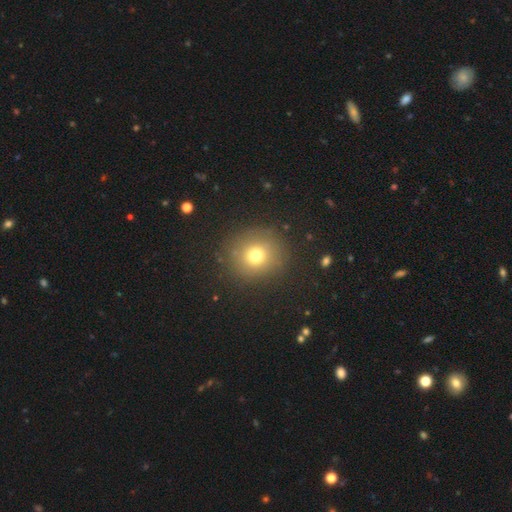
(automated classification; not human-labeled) Smooth or featured: smooth — 72% (star or artifact — 17%)
How rounded: round — 90% (in between — 10%)
Merging: none — 86% (minor disturbance — 9%)